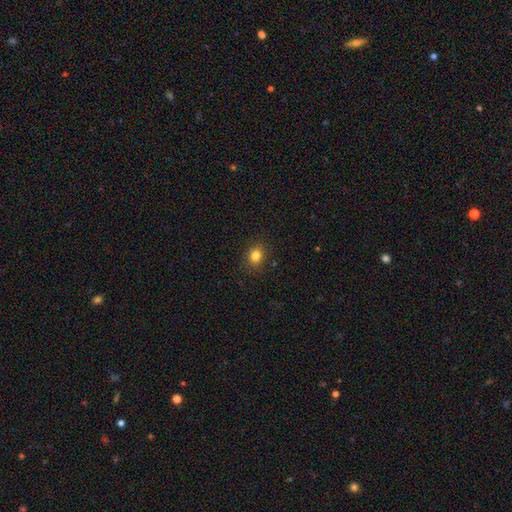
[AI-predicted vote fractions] Q: Smooth or featured?
A: smooth (82%); runner-up: star or artifact (12%)
Q: How rounded?
A: round (63%); runner-up: in between (36%)
Q: Merging?
A: none (86%); runner-up: minor disturbance (10%)